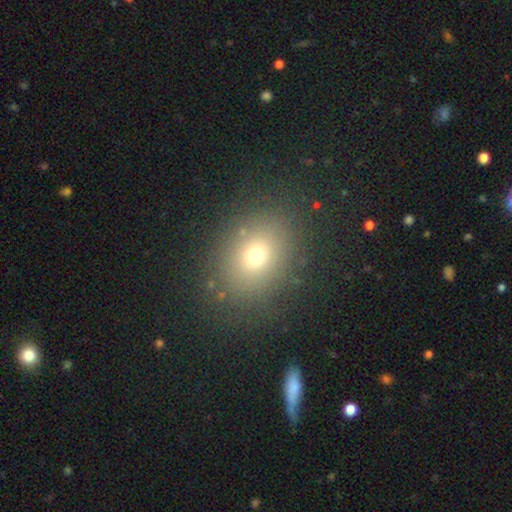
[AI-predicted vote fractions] Q: Smooth or featured?
A: smooth (71%); runner-up: star or artifact (18%)
Q: How rounded?
A: in between (50%); runner-up: round (49%)
Q: Merging?
A: none (85%); runner-up: minor disturbance (9%)